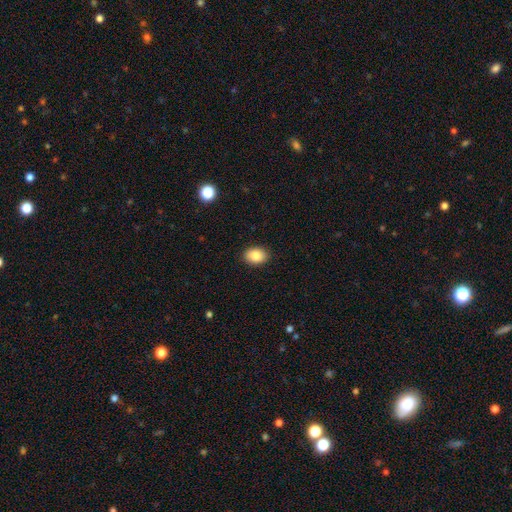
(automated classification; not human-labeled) smooth-or-featured: smooth: 85% | star or artifact: 8% | featured or disk: 7%
  how-rounded: in between: 74% | round: 25% | cigar-shaped: 1%
  merging: none: 90% | minor disturbance: 7% | major disturbance: 2% | merger: 1%